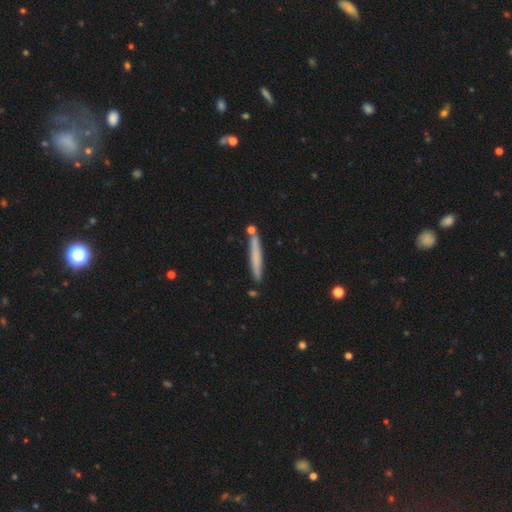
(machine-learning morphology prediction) Smooth or featured?
  - smooth: 65% *
  - featured or disk: 29%
  - star or artifact: 6%
How rounded?
  - cigar-shaped: 96% *
  - in between: 3%
  - round: 1%
Merging?
  - none: 83% *
  - minor disturbance: 10%
  - merger: 5%
  - major disturbance: 2%